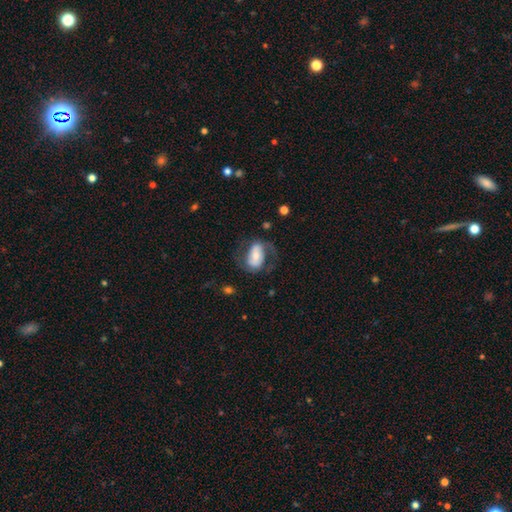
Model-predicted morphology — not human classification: This appears to be a featured or disk galaxy (60%) with a strong bar (36%), spiral arms (80%) and a moderate central bulge (48%). Merging: none (59%).